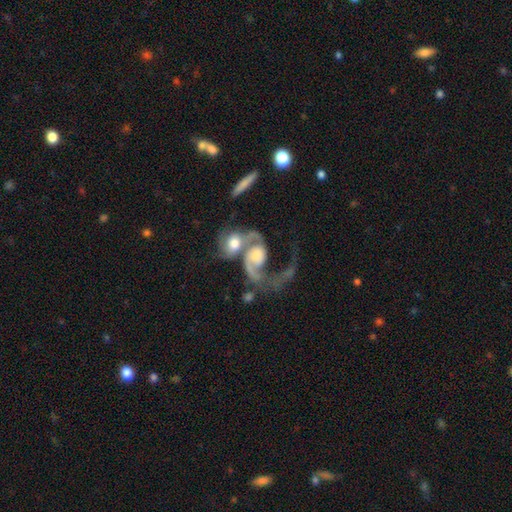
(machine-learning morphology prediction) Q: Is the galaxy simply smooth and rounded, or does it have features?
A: featured or disk — 79%.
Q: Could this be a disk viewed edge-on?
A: no — 96%.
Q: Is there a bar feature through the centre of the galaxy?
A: no — 65%.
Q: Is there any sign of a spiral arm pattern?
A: yes — 89%.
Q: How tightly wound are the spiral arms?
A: loose — 56%.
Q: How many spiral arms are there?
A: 2 — 55%.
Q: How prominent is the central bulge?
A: moderate — 50%.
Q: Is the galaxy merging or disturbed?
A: merger — 67%.